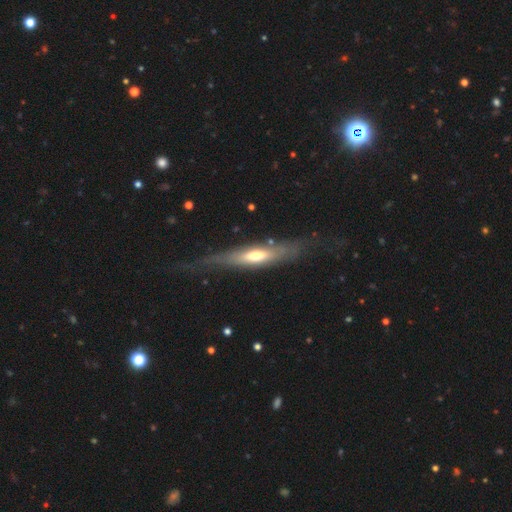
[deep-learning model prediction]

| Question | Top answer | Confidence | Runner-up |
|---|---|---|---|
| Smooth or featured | featured or disk | 59% | smooth (36%) |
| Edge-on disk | yes | 73% | no (27%) |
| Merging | none | 64% | minor disturbance (21%) |